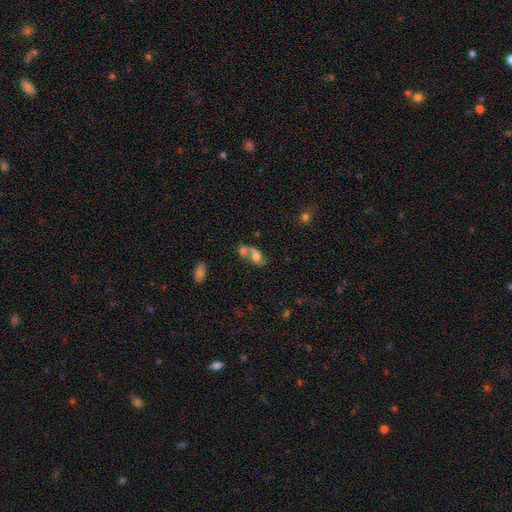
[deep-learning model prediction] This appears to be a smooth galaxy with no disk features (46%). Merging: merger (57%).